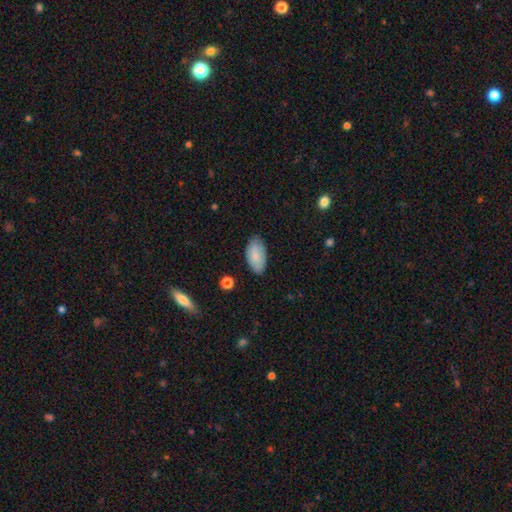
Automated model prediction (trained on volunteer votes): The model was most divided on "merging": none: 80%, minor disturbance: 16%, major disturbance: 3%, merger: 1%. More confident: how rounded — in between (95%); smooth or featured — smooth (81%).